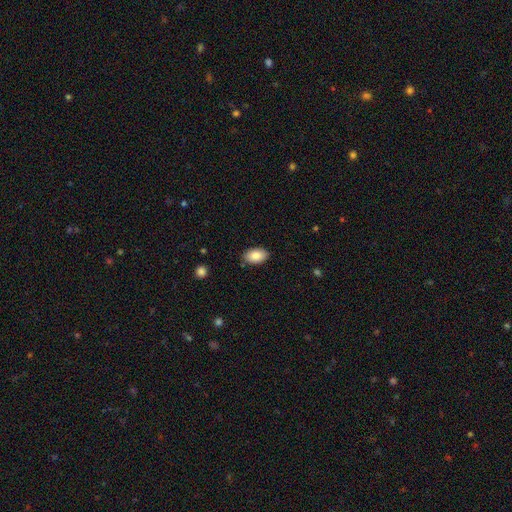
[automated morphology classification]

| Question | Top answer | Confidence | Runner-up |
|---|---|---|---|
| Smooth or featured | smooth | 86% | star or artifact (7%) |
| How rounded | in between | 93% | round (6%) |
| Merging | none | 85% | minor disturbance (11%) |